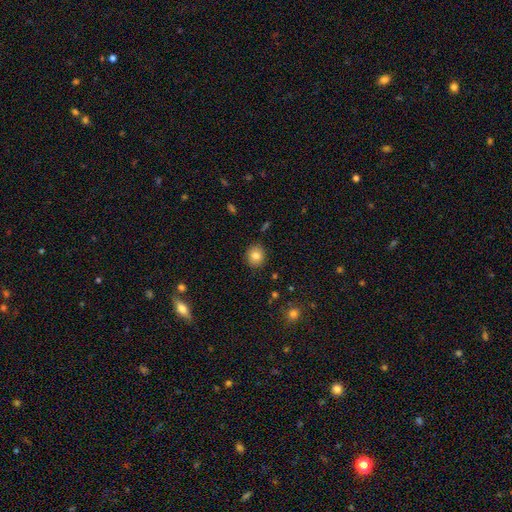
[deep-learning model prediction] A smooth galaxy with no disk features (82%) that is round (71%). Merging: none (88%).